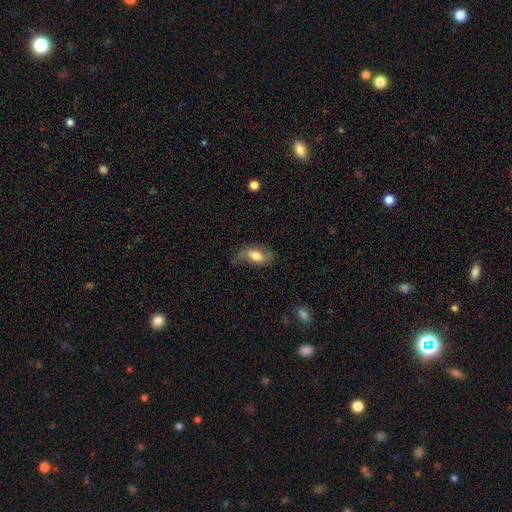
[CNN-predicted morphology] Q: Smooth or featured?
A: featured or disk (54%); runner-up: smooth (38%)
Q: Edge-on disk?
A: no (91%); runner-up: yes (9%)
Q: Merging?
A: none (49%); runner-up: minor disturbance (27%)